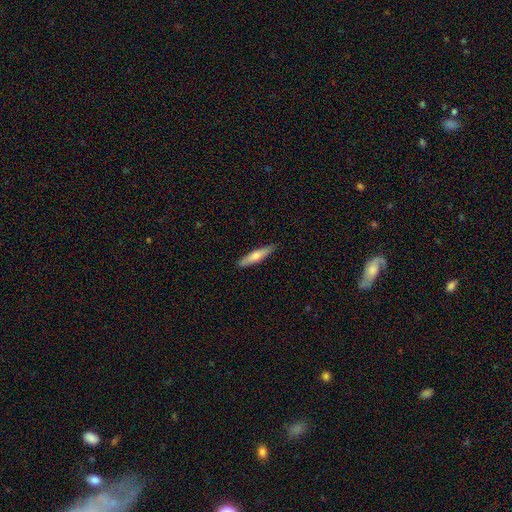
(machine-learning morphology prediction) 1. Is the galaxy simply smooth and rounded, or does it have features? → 61% smooth, 33% featured or disk, 6% star or artifact.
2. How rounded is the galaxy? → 84% cigar-shaped, 15% in between, 1% round.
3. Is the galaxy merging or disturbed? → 88% none, 9% minor disturbance, 2% major disturbance, 1% merger.